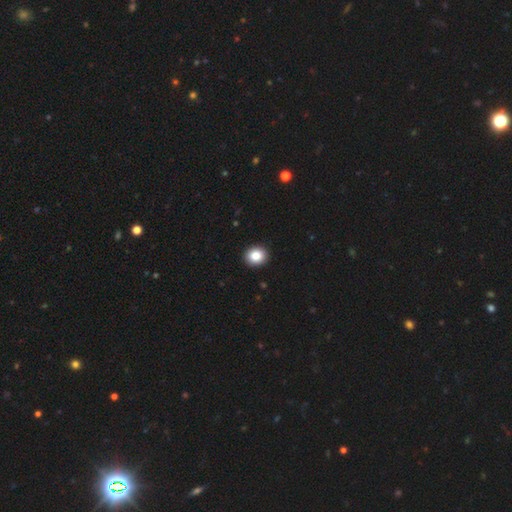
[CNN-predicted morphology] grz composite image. It shows a smooth galaxy with no disk features (85%) that is round (72%). Merging: none (93%).